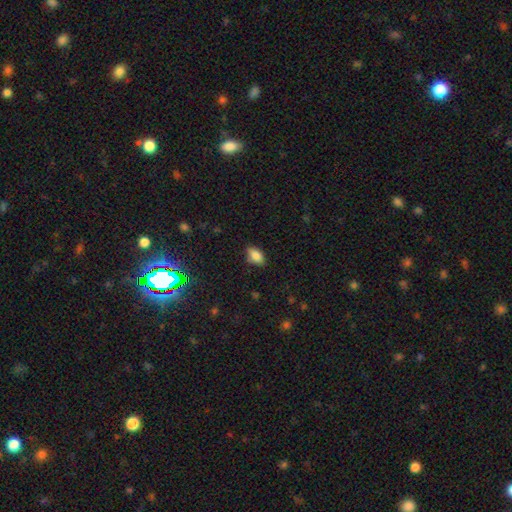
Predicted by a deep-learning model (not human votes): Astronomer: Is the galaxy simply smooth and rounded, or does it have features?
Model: smooth — 83%.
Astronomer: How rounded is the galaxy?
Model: in between — 90%.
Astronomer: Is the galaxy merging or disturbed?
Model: none — 81%.